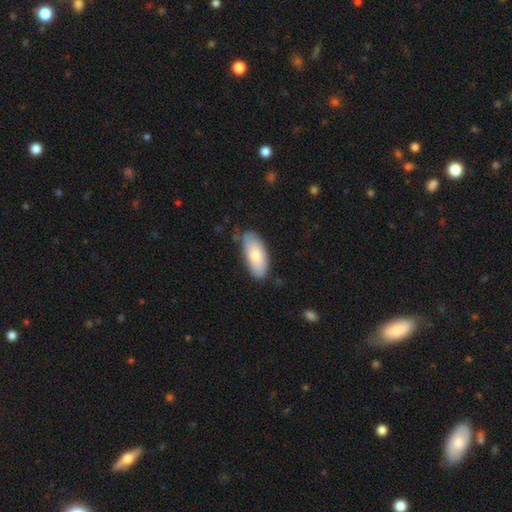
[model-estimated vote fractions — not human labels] Q: Smooth or featured?
A: smooth (78%); runner-up: featured or disk (16%)
Q: How rounded?
A: in between (87%); runner-up: cigar-shaped (11%)
Q: Merging?
A: none (73%); runner-up: minor disturbance (21%)